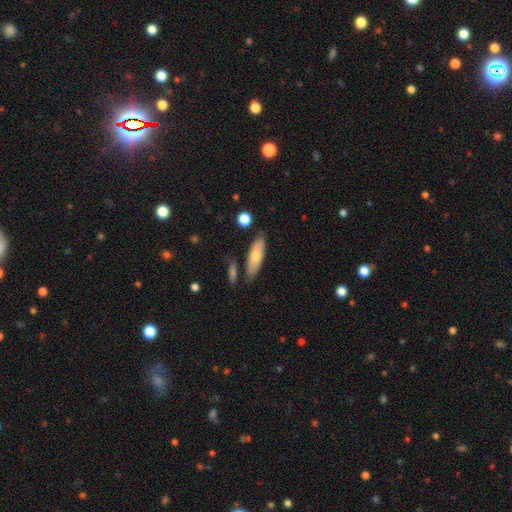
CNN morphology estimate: smooth-or-featured: smooth: 71% | featured or disk: 23% | star or artifact: 6%
  how-rounded: in between: 51% | cigar-shaped: 46% | round: 2%
  merging: none: 79% | minor disturbance: 13% | merger: 5% | major disturbance: 3%